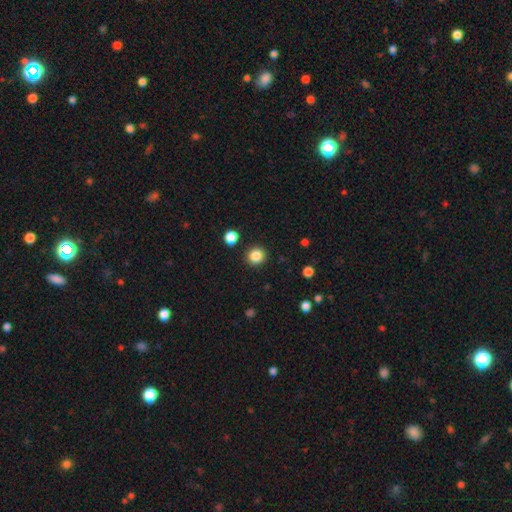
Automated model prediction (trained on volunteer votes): smooth 85%, star or artifact 11%, featured or disk 4%. Down the decision tree: how rounded — round (91%); merging — none (91%).